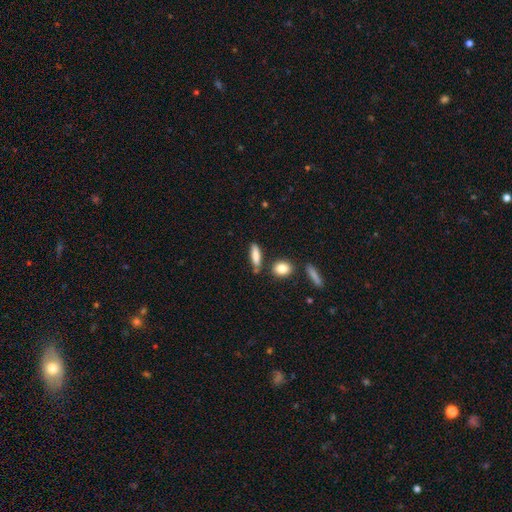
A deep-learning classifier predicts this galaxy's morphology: This is clearly a smooth galaxy (82%). How rounded: possibly cigar-shaped (55%). Merging: likely none (74%).